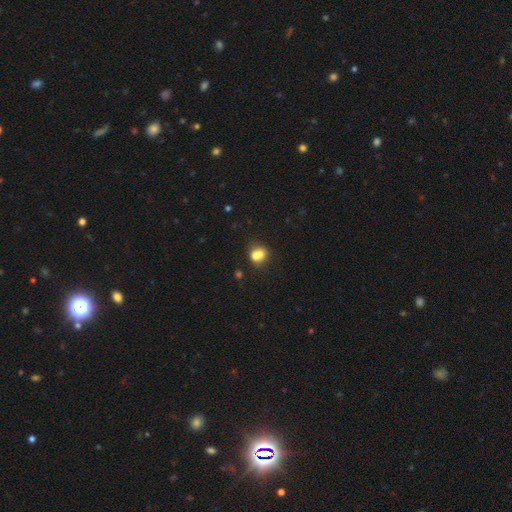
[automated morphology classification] Q: Smooth or featured?
A: smooth (74%); runner-up: featured or disk (14%)
Q: How rounded?
A: round (54%); runner-up: in between (44%)
Q: Merging?
A: none (43%); runner-up: merger (39%)